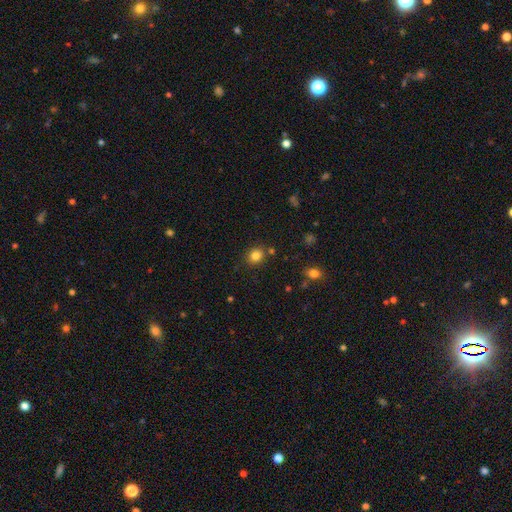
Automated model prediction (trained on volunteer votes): Smooth or featured: smooth — 83% (star or artifact — 12%)
How rounded: round — 74% (in between — 25%)
Merging: none — 82% (minor disturbance — 10%)